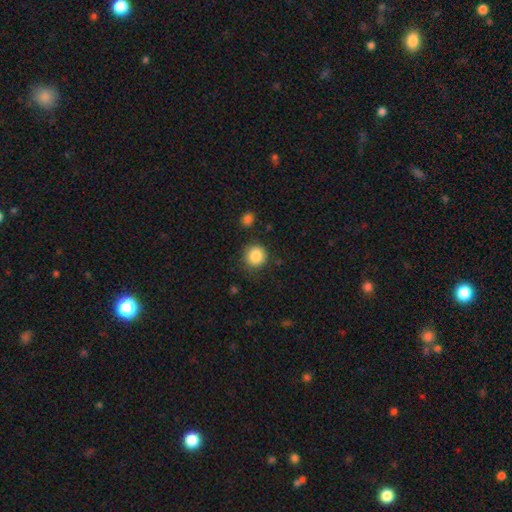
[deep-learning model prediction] Smooth or featured? smooth (87%)
How rounded? round (92%)
Merging? none (84%)